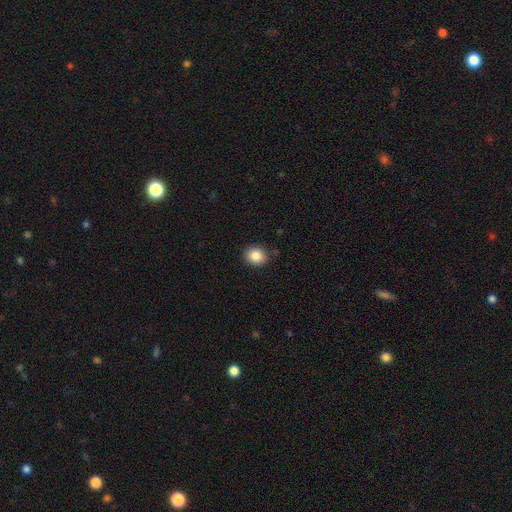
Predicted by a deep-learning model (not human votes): smooth 86%, star or artifact 9%, featured or disk 5%. Down the decision tree: how rounded — round (67%); merging — none (88%).